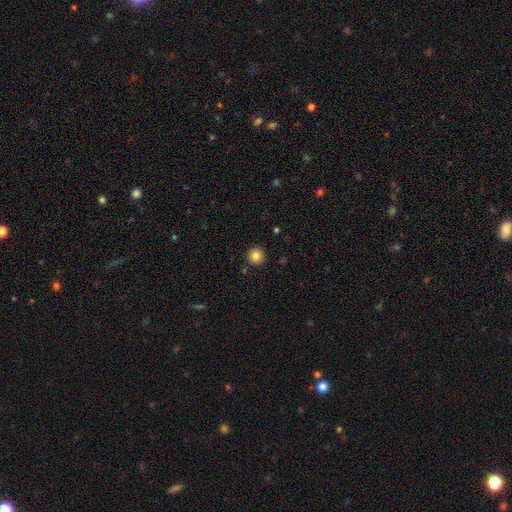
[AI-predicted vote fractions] Morphology: type=smooth (85%); roundness=round (95%); merging=none (92%).